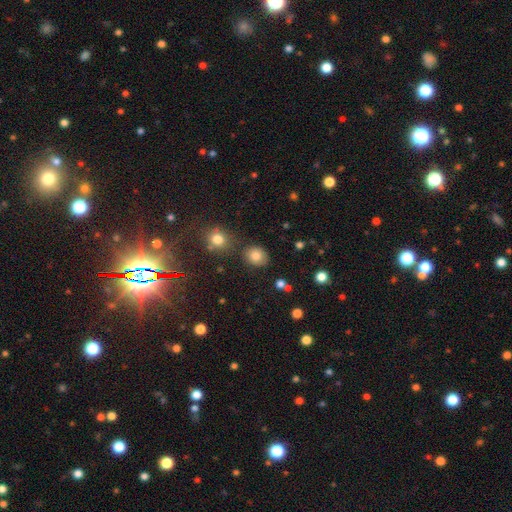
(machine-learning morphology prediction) This is clearly a smooth galaxy (81%). How rounded: likely round (64%). Merging: likely none (80%).